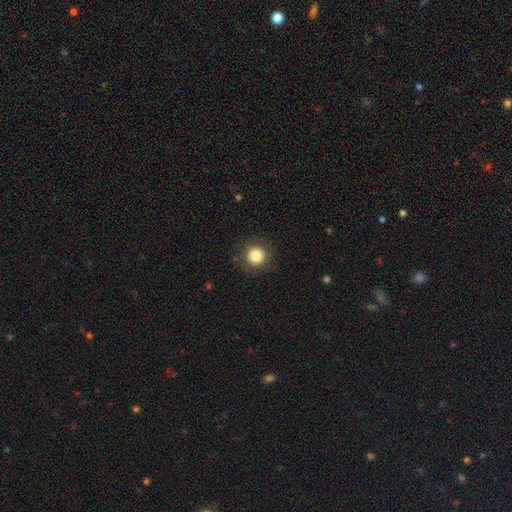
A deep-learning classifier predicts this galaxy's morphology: The model was most divided on "smooth or featured": smooth: 82%, star or artifact: 10%, featured or disk: 8%. More confident: how rounded — round (95%); merging — none (88%).